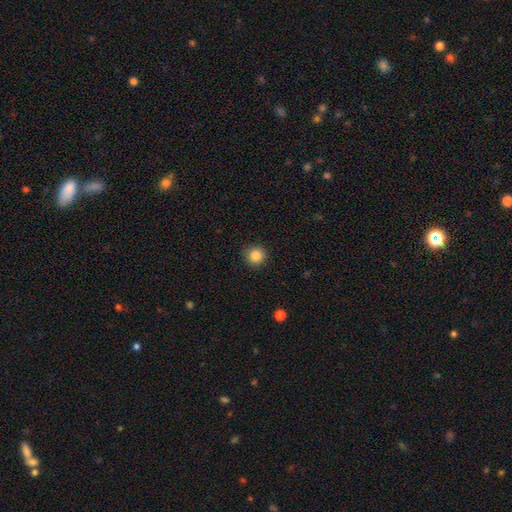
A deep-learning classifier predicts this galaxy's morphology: Smooth or featured?
  - smooth: 86% *
  - star or artifact: 10%
  - featured or disk: 4%
How rounded?
  - round: 94% *
  - in between: 5%
  - cigar-shaped: 1%
Merging?
  - none: 90% *
  - minor disturbance: 7%
  - major disturbance: 2%
  - merger: 1%